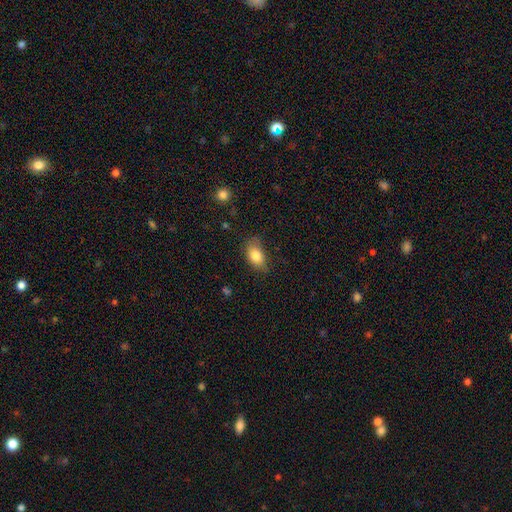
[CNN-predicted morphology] Smooth or featured? Predicted: smooth (p=0.82). How rounded? Predicted: in between (p=0.87). Merging? Predicted: none (p=0.70).